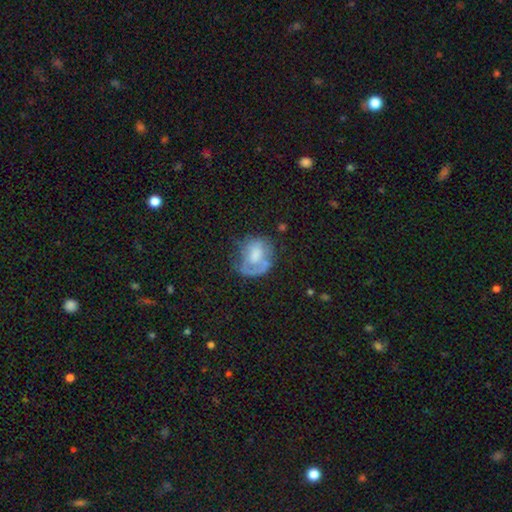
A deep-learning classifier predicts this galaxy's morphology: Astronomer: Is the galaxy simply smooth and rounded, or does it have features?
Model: featured or disk — 48% (runner-up: smooth, 43%).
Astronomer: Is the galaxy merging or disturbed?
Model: none — 46% (runner-up: minor disturbance, 26%).